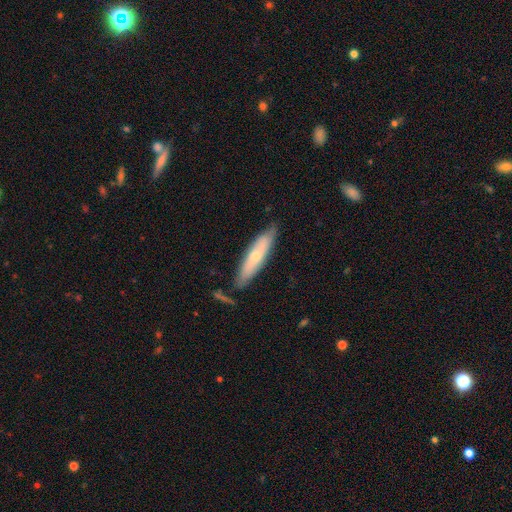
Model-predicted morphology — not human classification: The model was most divided on "smooth or featured": smooth: 53%, featured or disk: 41%, star or artifact: 6%. More confident: how rounded — cigar-shaped (77%); merging — none (75%).